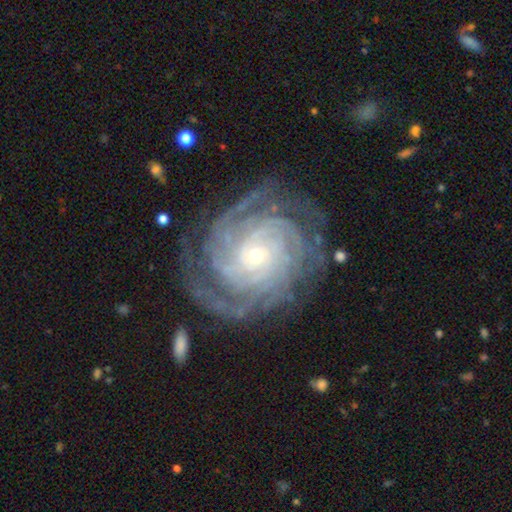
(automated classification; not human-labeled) A featured or disk galaxy (91%) with no bar (67%), 4 (27%) tight (81%) spiral arms (98%) and a small central bulge (67%). Merging: none (78%).